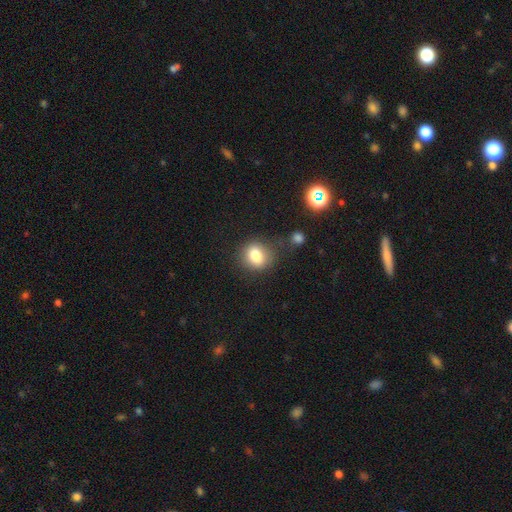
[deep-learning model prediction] This appears to be a smooth galaxy with no disk features (80%) that is round (60%). Merging: none (75%).